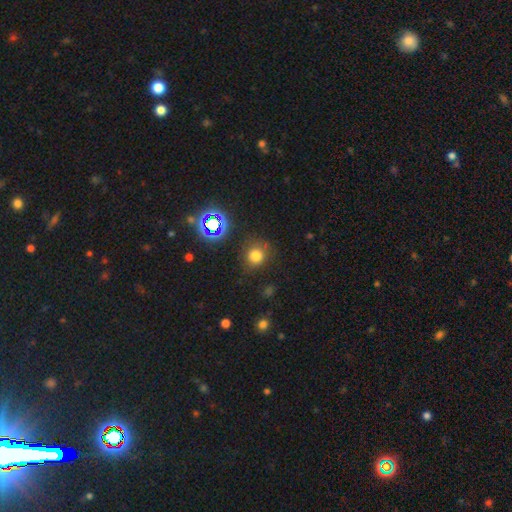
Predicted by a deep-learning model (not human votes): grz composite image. It shows a smooth galaxy with no disk features (73%) that is round (88%). Merging: none (81%).